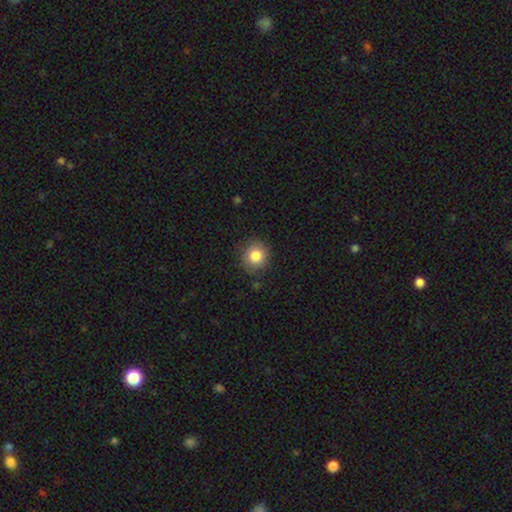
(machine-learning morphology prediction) smooth 83%, star or artifact 10%, featured or disk 7%. Down the decision tree: how rounded — round (90%); merging — none (85%).